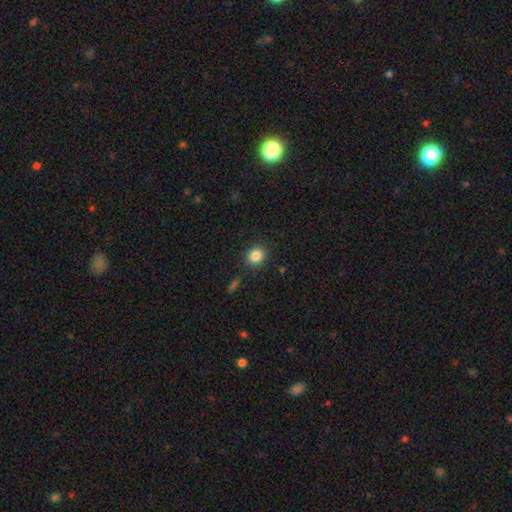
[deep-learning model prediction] smooth_or_featured: smooth (p=0.84) [alt: star or artifact p=0.10]
how_rounded: round (p=0.69) [alt: in between p=0.30]
merging: none (p=0.87) [alt: minor disturbance p=0.08]